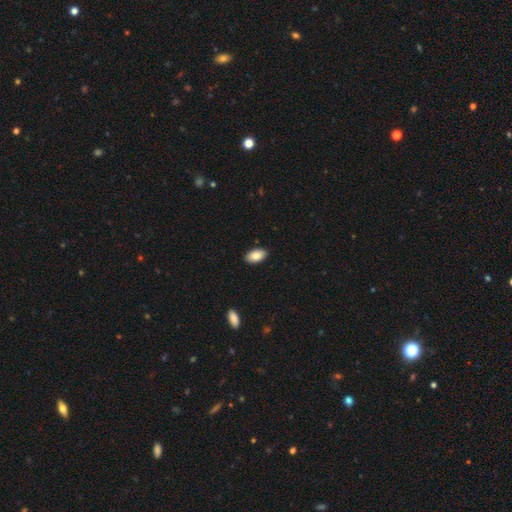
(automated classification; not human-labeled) A smooth galaxy with no disk features (85%) that is in between round and cigar-shaped (95%). Merging: none (90%).